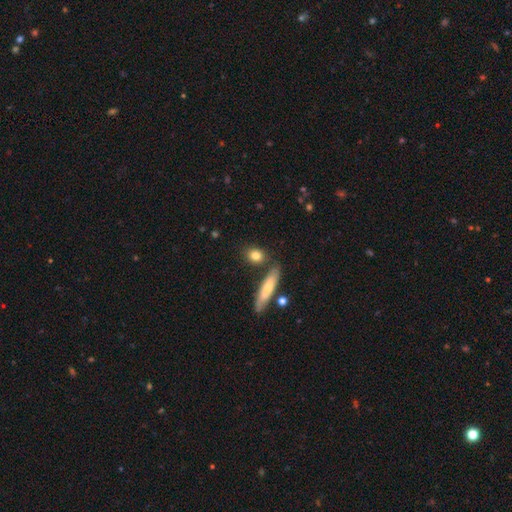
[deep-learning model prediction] smooth-or-featured: smooth: 80% | featured or disk: 12% | star or artifact: 8%
  how-rounded: round: 44% | in between: 40% | cigar-shaped: 17%
  merging: none: 76% | minor disturbance: 12% | merger: 10% | major disturbance: 3%